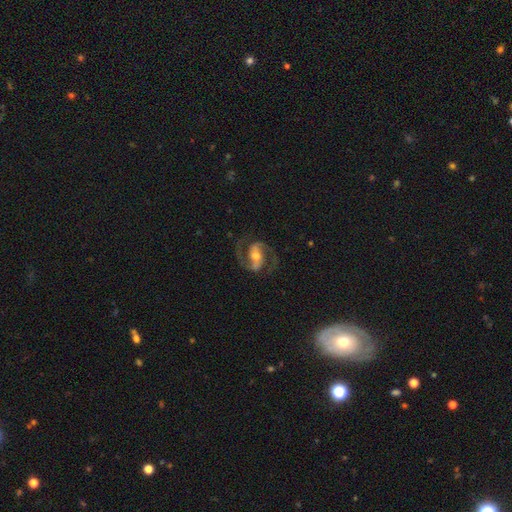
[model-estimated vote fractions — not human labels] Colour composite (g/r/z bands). It shows a featured or disk galaxy (91%) with a strong bar (44%), 2 (94%) medium (64%) spiral arms (98%) and a moderate central bulge (65%). Merging: none (79%).